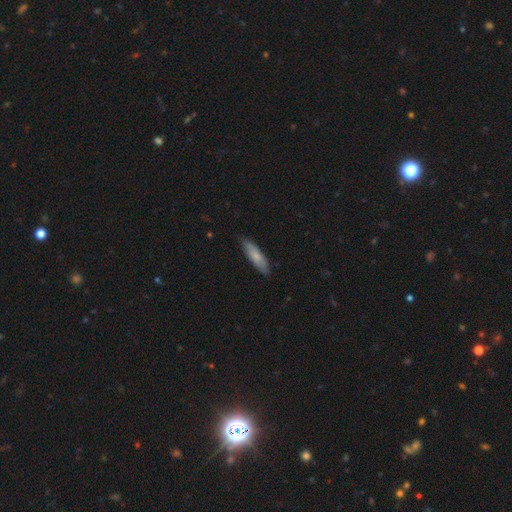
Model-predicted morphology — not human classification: This is likely a smooth galaxy (72%). How rounded: likely cigar-shaped (63%). Merging: clearly none (80%).